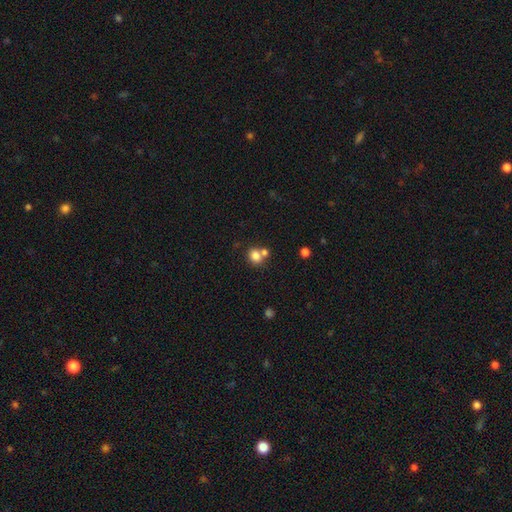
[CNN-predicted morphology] Smooth or featured: smooth — 80% (star or artifact — 12%)
How rounded: round — 71% (in between — 29%)
Merging: none — 52% (merger — 35%)